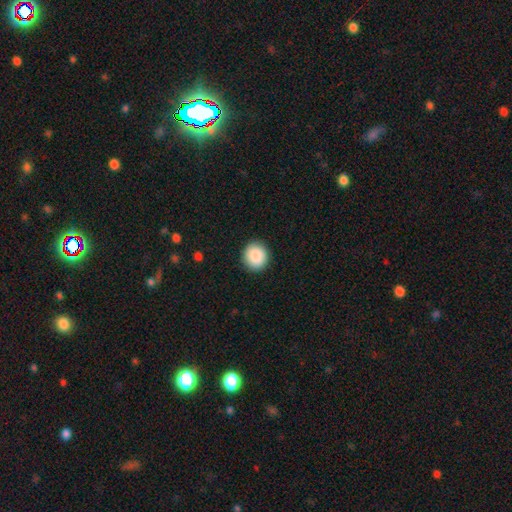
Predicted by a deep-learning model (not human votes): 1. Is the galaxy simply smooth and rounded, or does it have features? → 88% smooth, 7% star or artifact, 5% featured or disk.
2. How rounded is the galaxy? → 86% round, 13% in between, 1% cigar-shaped.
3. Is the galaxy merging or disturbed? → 90% none, 7% minor disturbance, 2% major disturbance, 1% merger.